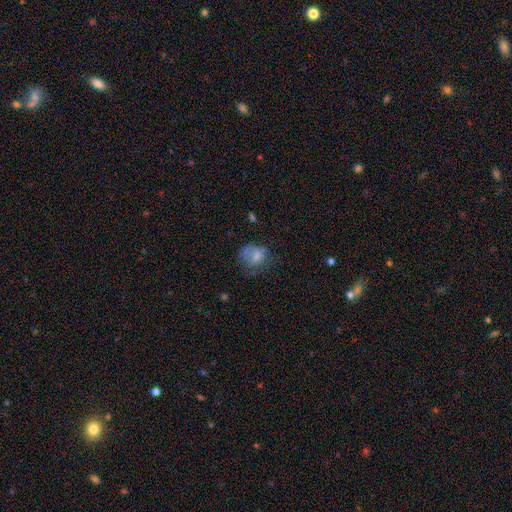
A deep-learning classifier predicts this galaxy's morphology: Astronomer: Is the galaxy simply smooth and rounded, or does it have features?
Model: smooth — 64%.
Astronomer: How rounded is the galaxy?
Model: round — 55% (runner-up: in between, 44%).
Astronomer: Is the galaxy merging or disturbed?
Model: none — 39% (runner-up: major disturbance, 30%).